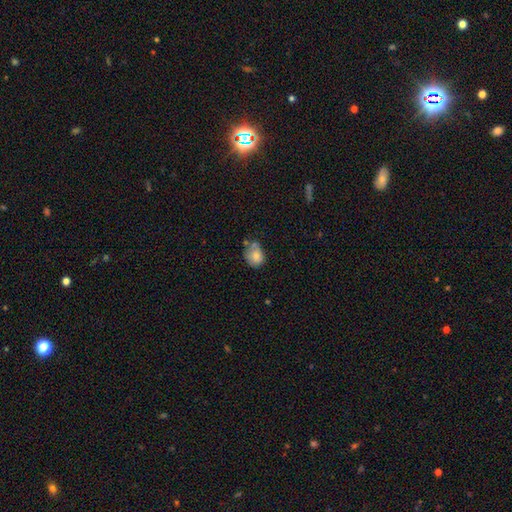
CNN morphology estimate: This is likely a smooth galaxy (76%). How rounded: possibly in between (51%). Merging: marginally none (44%).